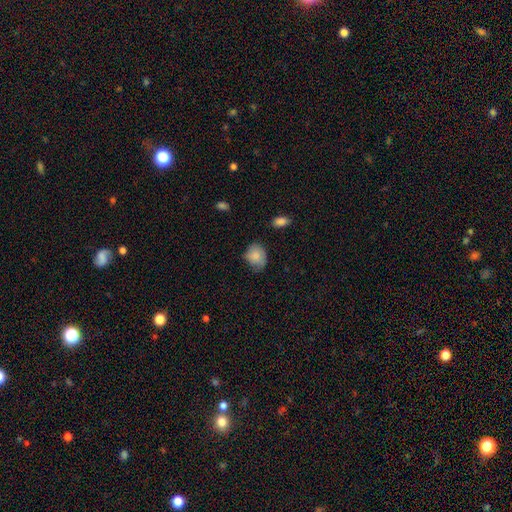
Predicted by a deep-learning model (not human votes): Morphology: type=smooth (83%); roundness=round (51%); merging=none (56%).